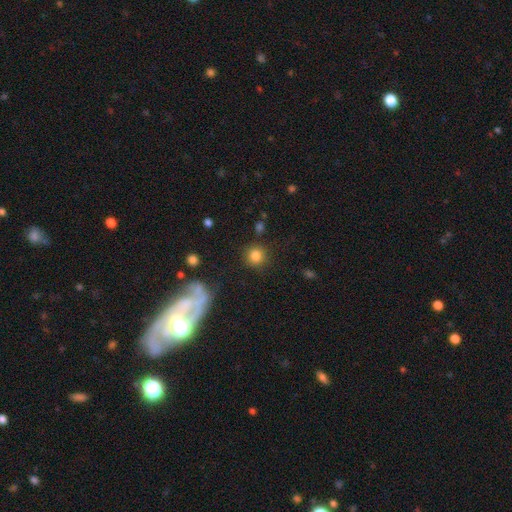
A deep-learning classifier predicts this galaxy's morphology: Smooth or featured? smooth (81%)
How rounded? round (92%)
Merging? none (86%)